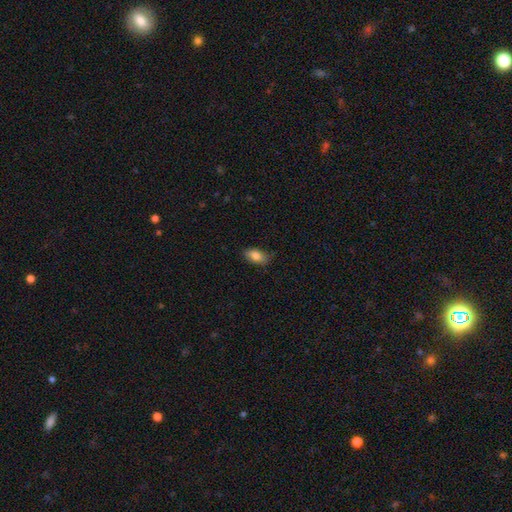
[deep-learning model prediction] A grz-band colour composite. It shows a smooth galaxy with no disk features (83%) that is in between round and cigar-shaped (90%). Merging: none (77%).